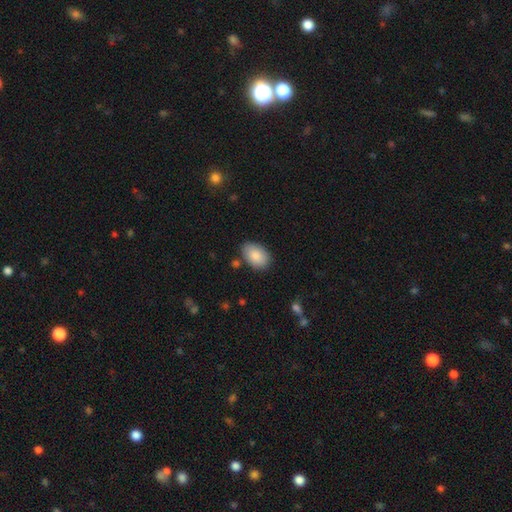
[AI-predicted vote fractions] Smooth or featured: smooth — 86% (featured or disk — 8%)
How rounded: in between — 90% (round — 9%)
Merging: none — 82% (minor disturbance — 12%)